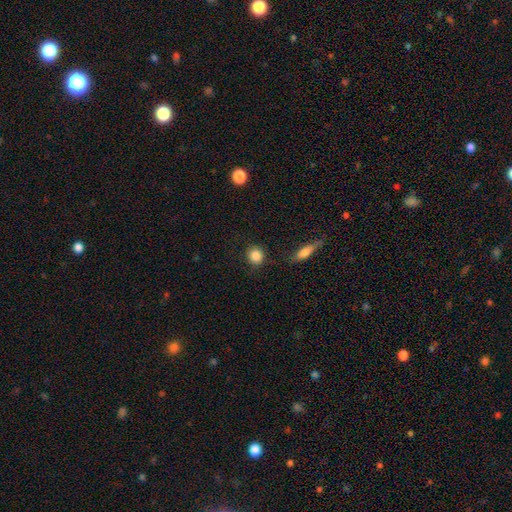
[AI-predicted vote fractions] smooth-or-featured: smooth: 86% | star or artifact: 9% | featured or disk: 5%
  how-rounded: round: 81% | in between: 17% | cigar-shaped: 2%
  merging: none: 84% | minor disturbance: 10% | merger: 4% | major disturbance: 3%